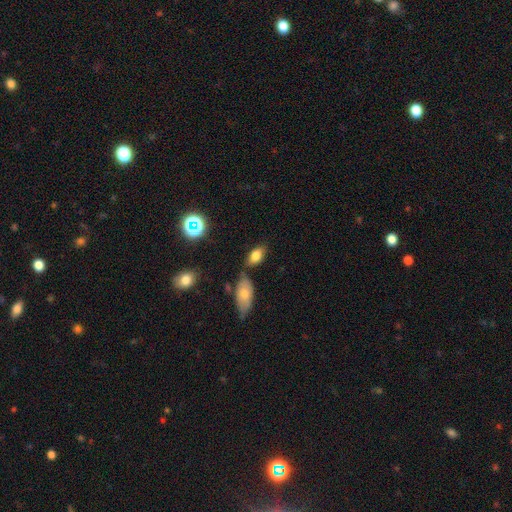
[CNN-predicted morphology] smooth 77%, featured or disk 14%, star or artifact 10%. Down the decision tree: how rounded — in between (88%); merging — none (67%).